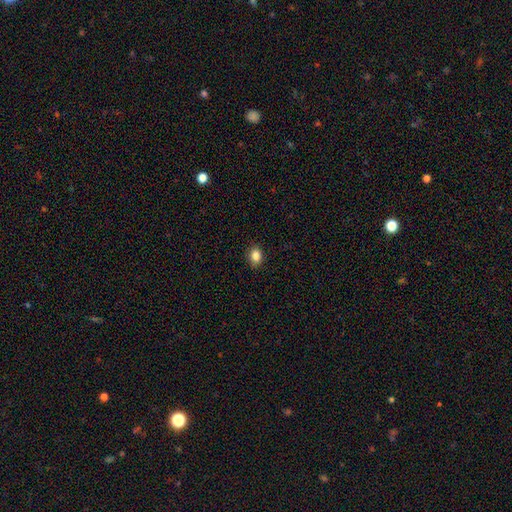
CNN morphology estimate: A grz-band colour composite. It shows a smooth galaxy with no disk features (84%) that is in between round and cigar-shaped (59%). Merging: none (87%).